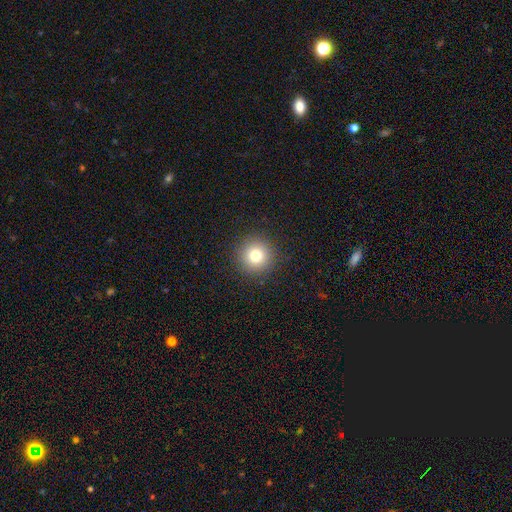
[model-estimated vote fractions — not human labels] Smooth or featured? smooth (79%)
How rounded? round (95%)
Merging? none (92%)